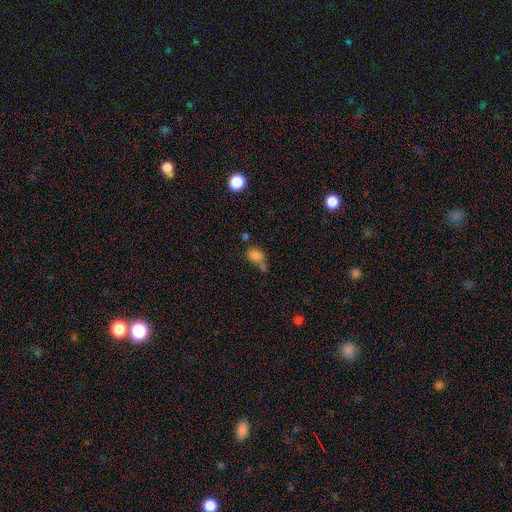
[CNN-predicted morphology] smooth_or_featured: smooth (p=0.78) [alt: star or artifact p=0.13]
how_rounded: in between (p=0.67) [alt: round p=0.31]
merging: none (p=0.33) [alt: merger p=0.30]